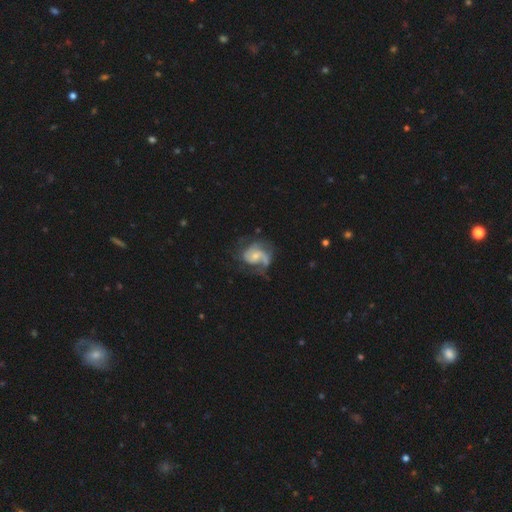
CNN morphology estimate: smooth_or_featured: featured or disk (p=0.78) [alt: smooth p=0.16]
disk_edge_on: no (p=0.98) [alt: yes p=0.02]
bar: no (p=0.60) [alt: weak p=0.34]
has_spiral_arms: yes (p=0.91) [alt: no p=0.09]
spiral_winding: medium (p=0.45) [alt: loose p=0.29]
spiral_arm_count: 2 (p=0.52) [alt: 1 p=0.24]
bulge_size: small (p=0.54) [alt: moderate p=0.37]
merging: none (p=0.48) [alt: major disturbance p=0.26]